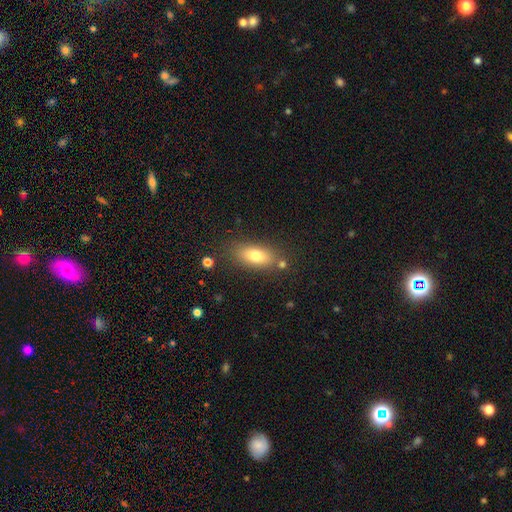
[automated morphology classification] Q: Smooth or featured?
A: smooth (77%); runner-up: featured or disk (14%)
Q: How rounded?
A: in between (83%); runner-up: cigar-shaped (12%)
Q: Merging?
A: none (77%); runner-up: minor disturbance (13%)